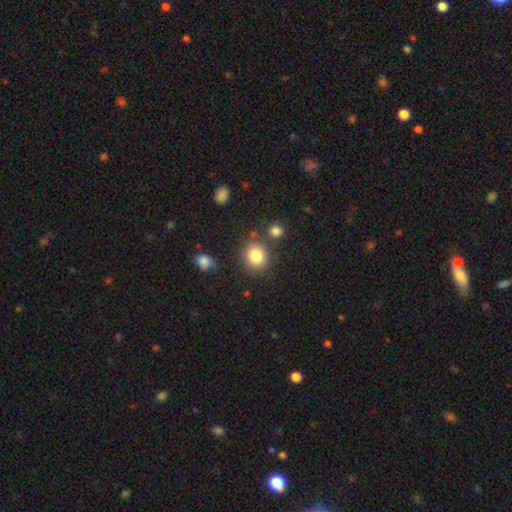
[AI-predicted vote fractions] Overall: smooth (83%). How rounded: round (85%). Merging: none (80%).